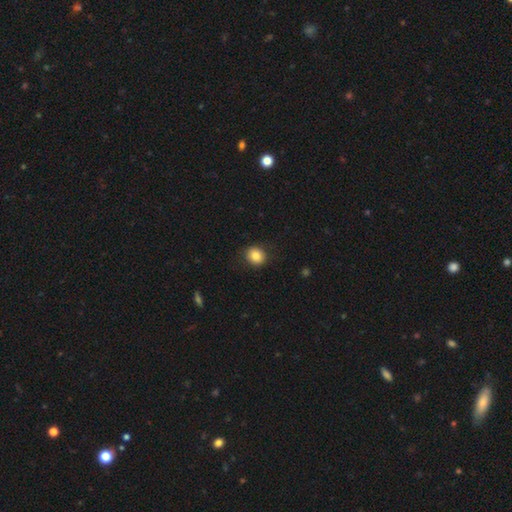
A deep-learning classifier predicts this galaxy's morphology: smooth-or-featured: smooth: 83% | star or artifact: 10% | featured or disk: 7%
  how-rounded: round: 80% | in between: 19% | cigar-shaped: 1%
  merging: none: 86% | minor disturbance: 10% | major disturbance: 3% | merger: 1%